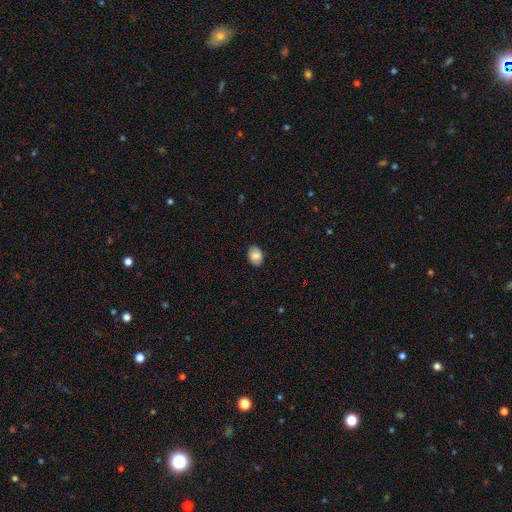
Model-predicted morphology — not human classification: This appears to be a smooth galaxy with no disk features (81%) that is in between round and cigar-shaped (80%). Merging: none (86%).